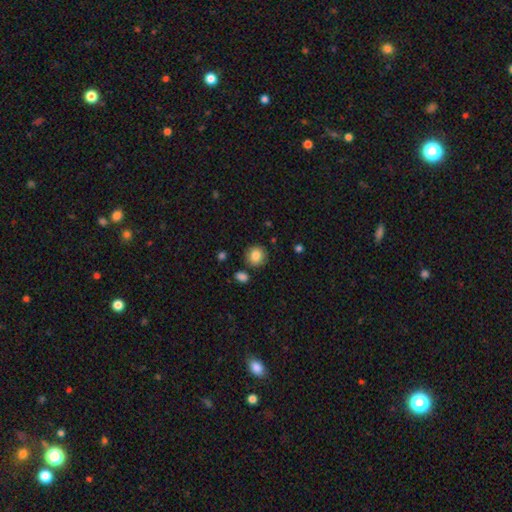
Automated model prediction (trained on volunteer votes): smooth-or-featured: smooth: 85% | star or artifact: 9% | featured or disk: 6%
  how-rounded: round: 90% | in between: 9% | cigar-shaped: 1%
  merging: none: 86% | minor disturbance: 8% | merger: 4% | major disturbance: 2%